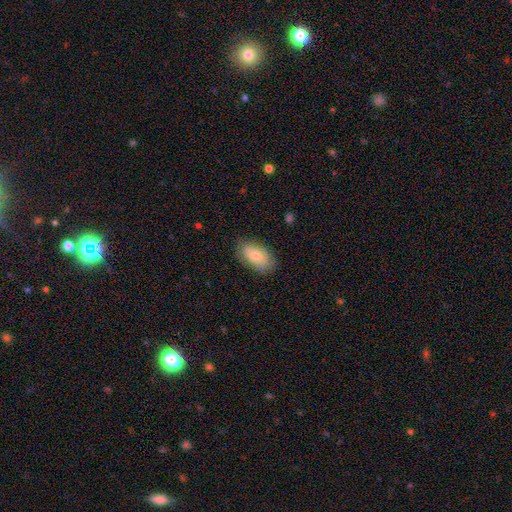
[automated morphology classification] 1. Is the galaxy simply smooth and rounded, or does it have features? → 71% smooth, 22% featured or disk, 6% star or artifact.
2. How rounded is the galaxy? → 94% in between, 4% round, 2% cigar-shaped.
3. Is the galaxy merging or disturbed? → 79% none, 16% minor disturbance, 4% major disturbance, 1% merger.